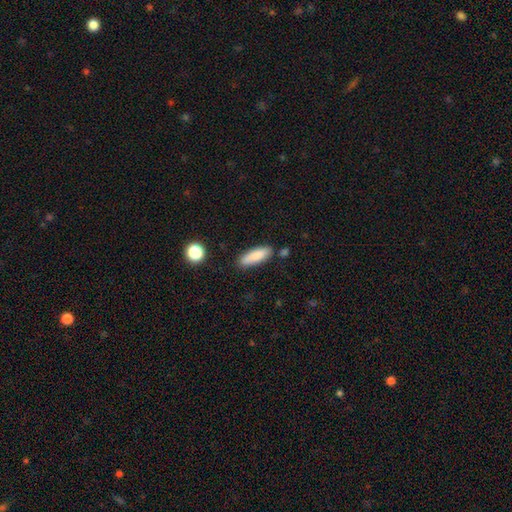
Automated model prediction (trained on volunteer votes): smooth-or-featured: smooth: 85% | featured or disk: 8% | star or artifact: 7%
  how-rounded: cigar-shaped: 51% | in between: 47% | round: 2%
  merging: none: 81% | minor disturbance: 12% | merger: 4% | major disturbance: 3%